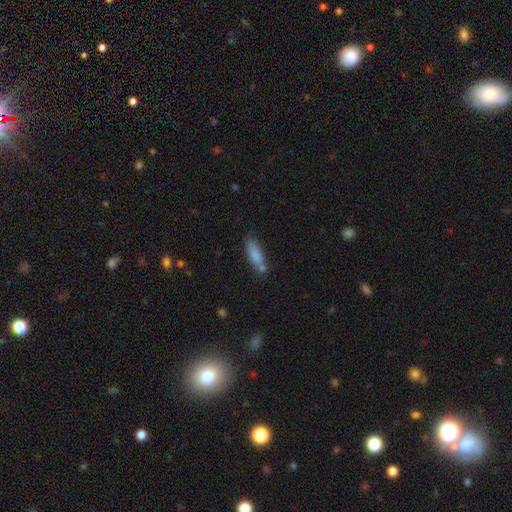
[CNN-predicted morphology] This appears to be a smooth galaxy with no disk features (83%) that is in between round and cigar-shaped (58%). Merging: none (59%).